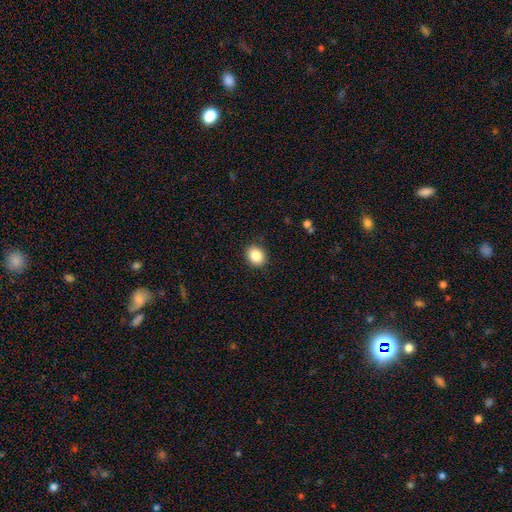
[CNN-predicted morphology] The model was most divided on "how rounded": round: 58%, in between: 42%, cigar-shaped: 1%. More confident: merging — none (89%); smooth or featured — smooth (86%).